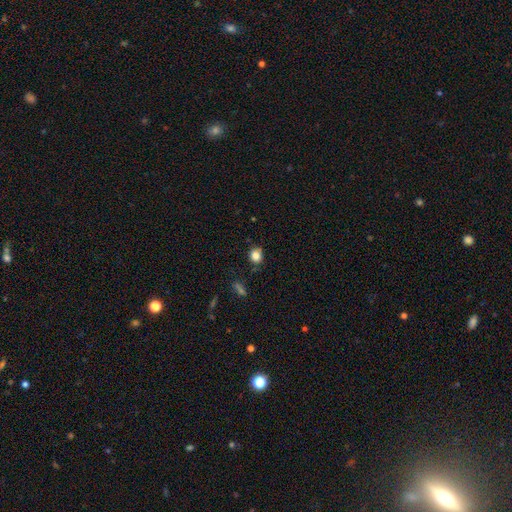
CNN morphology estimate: smooth-or-featured: smooth: 83% | star or artifact: 11% | featured or disk: 6%
  how-rounded: round: 74% | in between: 25% | cigar-shaped: 1%
  merging: none: 79% | minor disturbance: 16% | major disturbance: 3% | merger: 2%